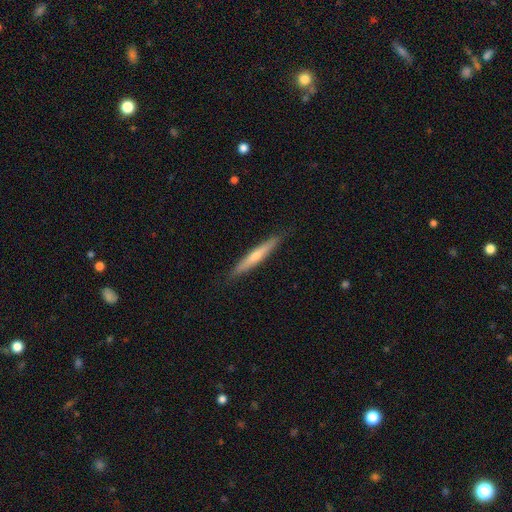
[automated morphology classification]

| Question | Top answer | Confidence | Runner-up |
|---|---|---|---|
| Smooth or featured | featured or disk | 56% | smooth (37%) |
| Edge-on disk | yes | 95% | no (5%) |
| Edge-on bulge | rounded | 74% | none (23%) |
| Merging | none | 90% | minor disturbance (8%) |